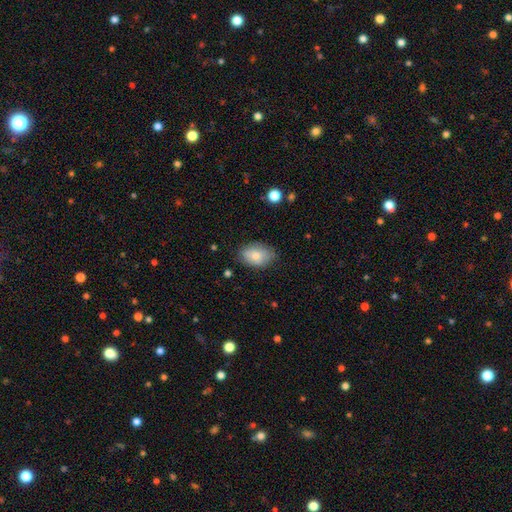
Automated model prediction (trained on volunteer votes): Q: Smooth or featured?
A: smooth (77%); runner-up: featured or disk (16%)
Q: How rounded?
A: in between (86%); runner-up: round (13%)
Q: Merging?
A: none (74%); runner-up: minor disturbance (20%)